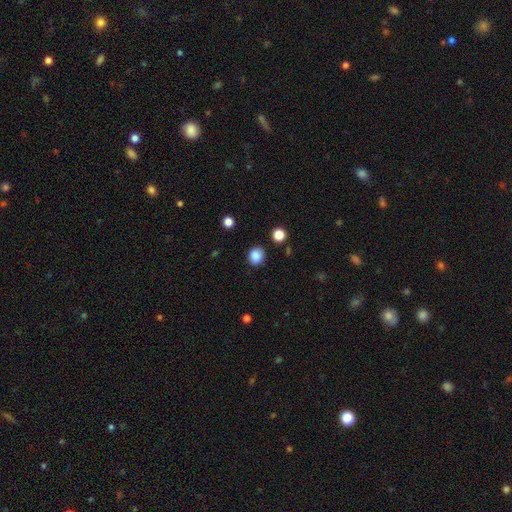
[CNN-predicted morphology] Overall: smooth (86%). How rounded: round (80%). Merging: none (85%).